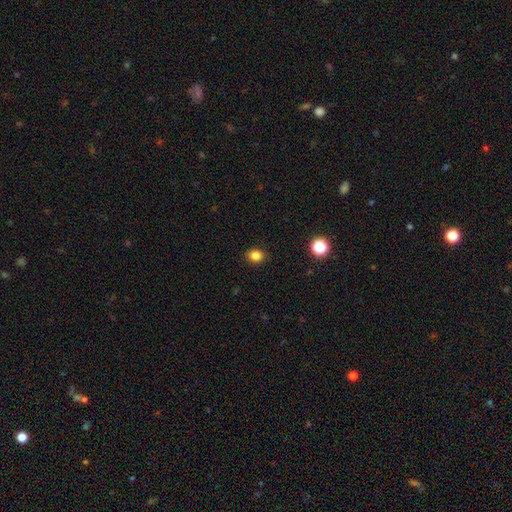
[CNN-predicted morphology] A smooth galaxy with no disk features (83%) that is round (60%). Merging: none (88%).